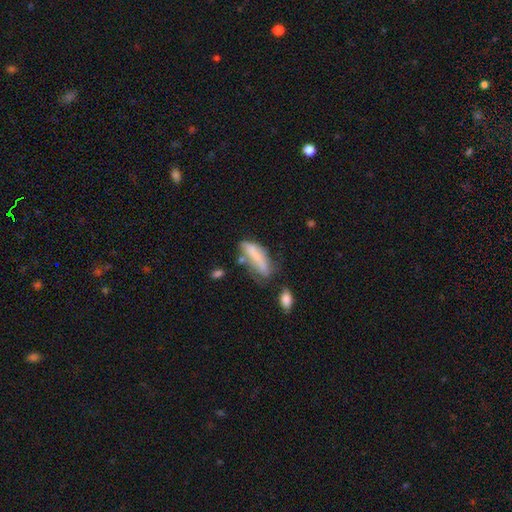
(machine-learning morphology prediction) A smooth galaxy with no disk features (60%) that is cigar-shaped (49%).

Vote fractions:
- Smooth or featured? smooth: 60% / featured or disk: 32% / star or artifact: 9%
- How rounded? cigar-shaped: 49% / in between: 48% / round: 2%
- Merging? none: 37% / minor disturbance: 29% / major disturbance: 20% / merger: 14%